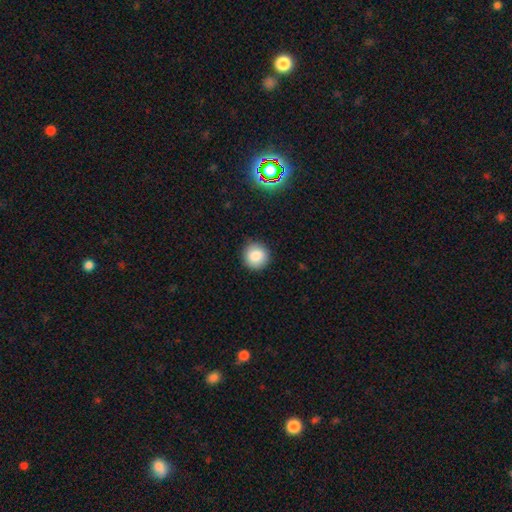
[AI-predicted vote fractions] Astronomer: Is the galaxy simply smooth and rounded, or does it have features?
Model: smooth — 84%.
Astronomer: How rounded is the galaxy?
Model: round — 92%.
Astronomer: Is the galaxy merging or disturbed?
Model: none — 88%.